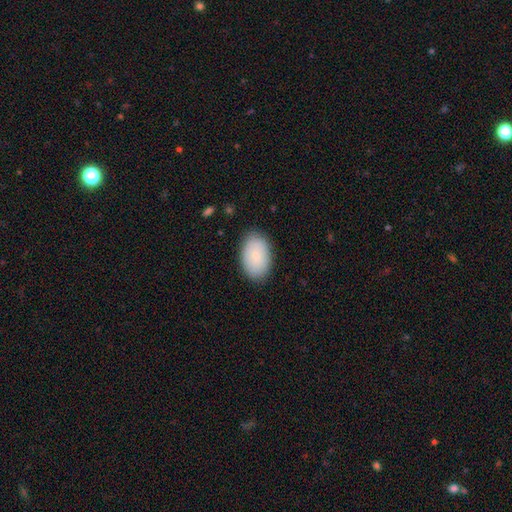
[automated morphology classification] Smooth or featured? Predicted: smooth (p=0.85). How rounded? Predicted: in between (p=0.92). Merging? Predicted: none (p=0.86).